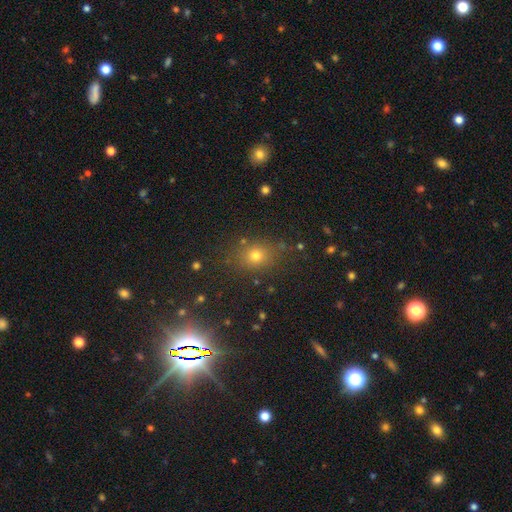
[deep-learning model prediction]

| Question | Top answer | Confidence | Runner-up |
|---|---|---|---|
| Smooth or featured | smooth | 69% | star or artifact (22%) |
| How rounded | round | 67% | in between (32%) |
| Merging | none | 82% | minor disturbance (11%) |